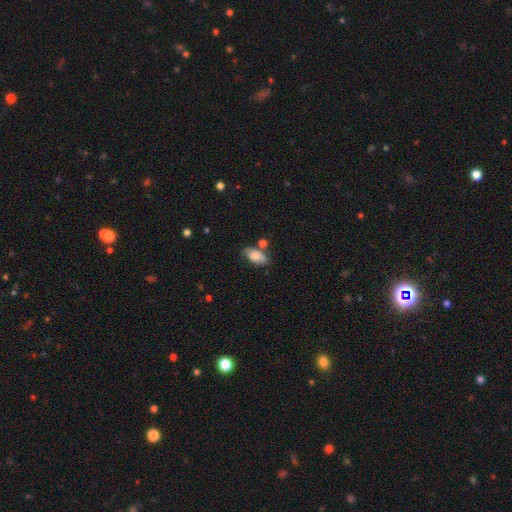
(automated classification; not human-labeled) Smooth or featured? smooth (81%)
How rounded? in between (92%)
Merging? none (61%)